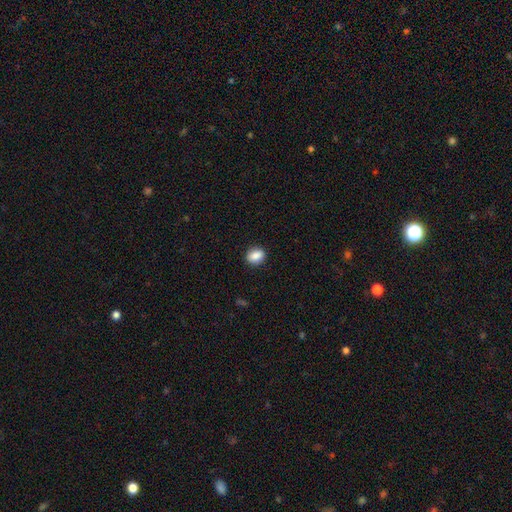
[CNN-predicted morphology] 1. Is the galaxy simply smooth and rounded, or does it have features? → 88% smooth, 8% star or artifact, 4% featured or disk.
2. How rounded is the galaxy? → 56% in between, 43% round, 1% cigar-shaped.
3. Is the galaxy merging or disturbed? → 89% none, 8% minor disturbance, 2% major disturbance, 1% merger.